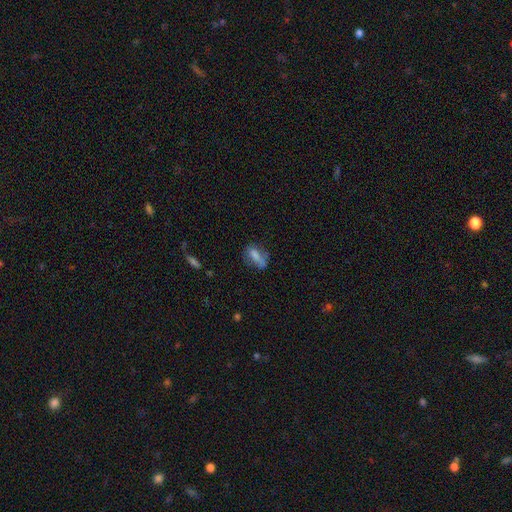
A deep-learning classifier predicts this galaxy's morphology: Smooth or featured: smooth — 66% (featured or disk — 23%)
How rounded: in between — 72% (cigar-shaped — 21%)
Merging: none — 45% (minor disturbance — 26%)